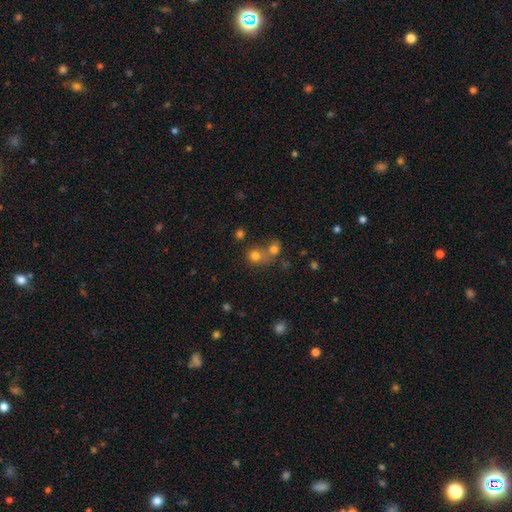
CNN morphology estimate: smooth-or-featured: smooth: 75% | star or artifact: 16% | featured or disk: 9%
  how-rounded: round: 83% | in between: 16% | cigar-shaped: 1%
  merging: none: 47% | merger: 41% | minor disturbance: 8% | major disturbance: 4%